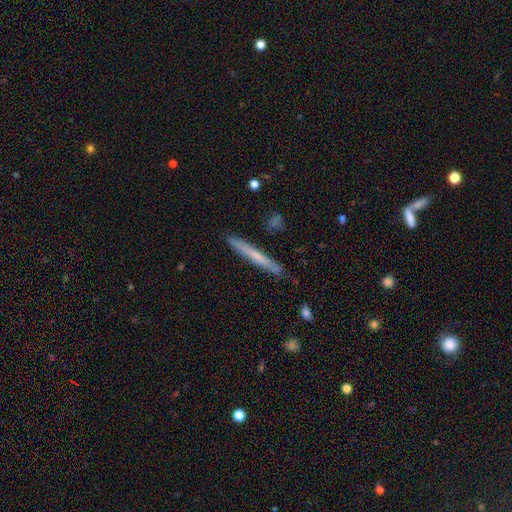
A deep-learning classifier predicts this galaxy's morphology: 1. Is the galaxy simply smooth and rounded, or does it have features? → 49% smooth, 45% featured or disk, 6% star or artifact.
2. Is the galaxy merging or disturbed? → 87% none, 9% minor disturbance, 2% merger, 1% major disturbance.